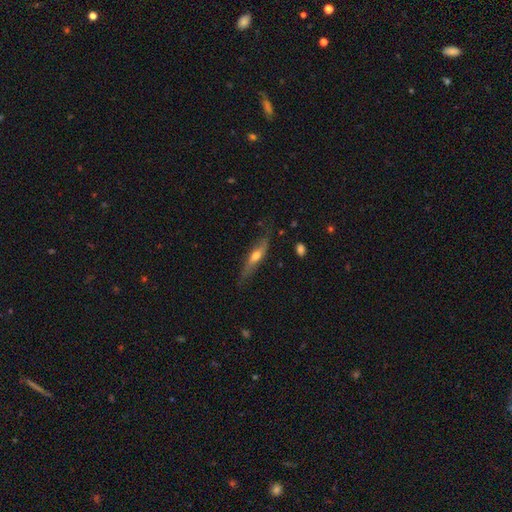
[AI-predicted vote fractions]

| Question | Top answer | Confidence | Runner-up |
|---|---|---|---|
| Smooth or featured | featured or disk | 51% | smooth (42%) |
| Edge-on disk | yes | 77% | no (23%) |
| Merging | none | 70% | minor disturbance (22%) |